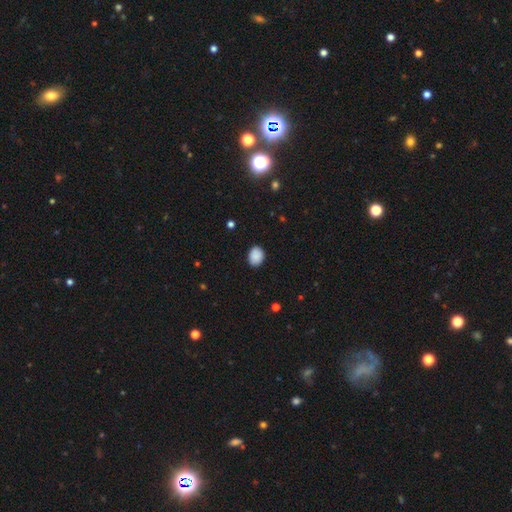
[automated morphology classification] Smooth or featured?
  - smooth: 88% *
  - star or artifact: 8%
  - featured or disk: 4%
How rounded?
  - in between: 62% *
  - round: 37%
  - cigar-shaped: 1%
Merging?
  - none: 84% *
  - minor disturbance: 12%
  - major disturbance: 2%
  - merger: 1%